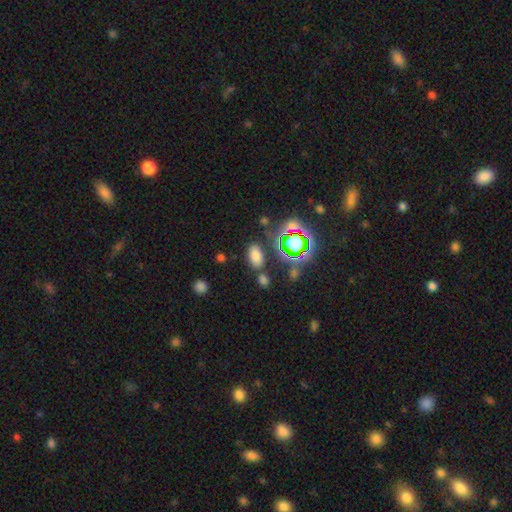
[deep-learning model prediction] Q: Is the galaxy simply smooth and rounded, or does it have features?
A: smooth — 69%.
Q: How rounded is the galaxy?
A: in between — 90%.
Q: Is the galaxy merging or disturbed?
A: none — 78%.